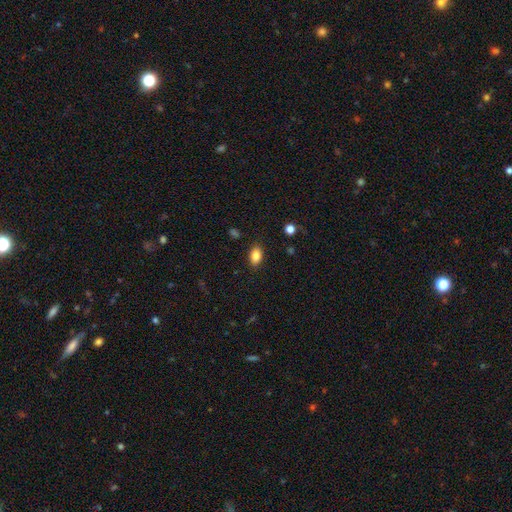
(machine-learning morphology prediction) A smooth galaxy with no disk features (86%) that is in between round and cigar-shaped (88%). Merging: none (87%).